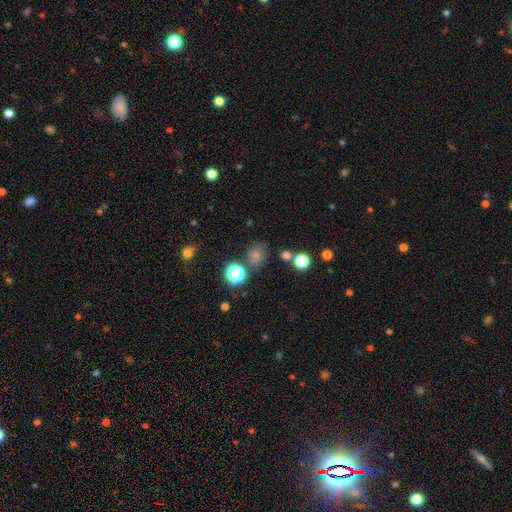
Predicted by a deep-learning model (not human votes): Smooth or featured? Predicted: smooth (p=0.69). How rounded? Predicted: round (p=0.75). Merging? Predicted: none (p=0.75).